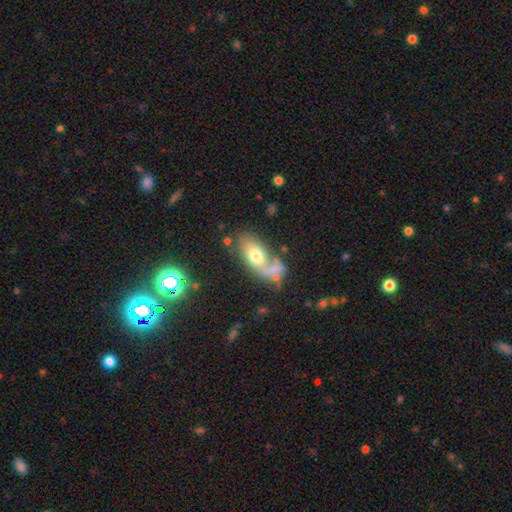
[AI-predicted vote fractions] A smooth galaxy with no disk features (62%) that is in between round and cigar-shaped (87%). Merging: none (38%).